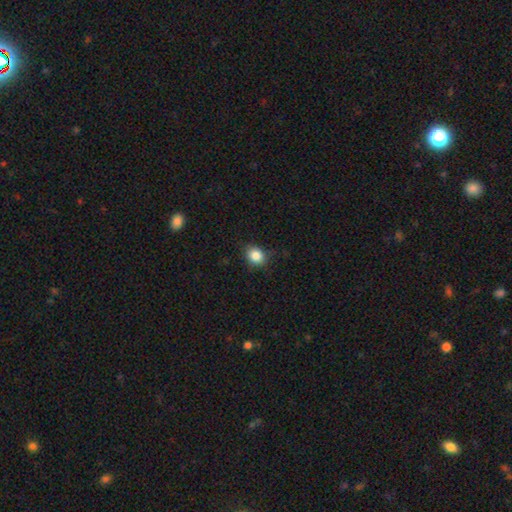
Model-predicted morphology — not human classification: Smooth or featured: smooth — 85% (star or artifact — 10%)
How rounded: round — 61% (in between — 38%)
Merging: none — 81% (minor disturbance — 15%)